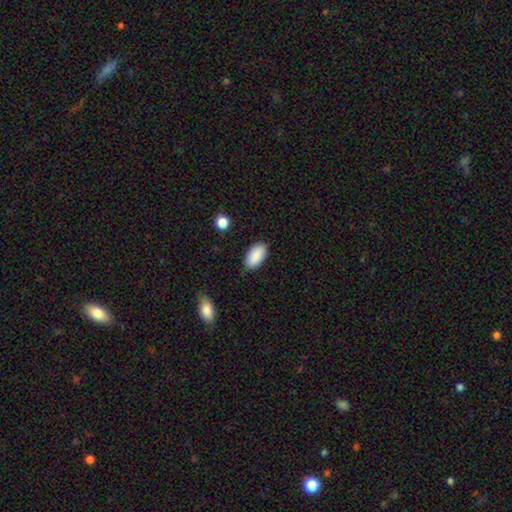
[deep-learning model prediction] This appears to be a smooth galaxy with no disk features (90%) that is in between round and cigar-shaped (95%). Merging: none (86%).